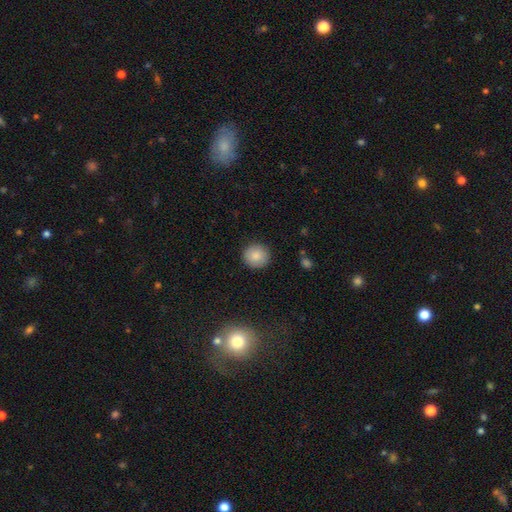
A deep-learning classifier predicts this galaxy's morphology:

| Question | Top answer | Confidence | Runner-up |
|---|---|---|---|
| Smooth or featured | smooth | 86% | star or artifact (8%) |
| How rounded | round | 93% | in between (6%) |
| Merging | none | 90% | minor disturbance (7%) |